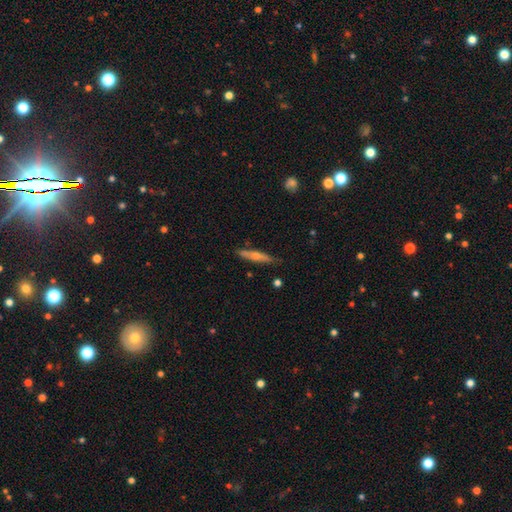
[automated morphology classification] This is possibly a featured or disk galaxy (57%). It is clearly viewed edge-on (92%). Edge-on bulge: clearly rounded (81%). Merging: clearly none (84%).